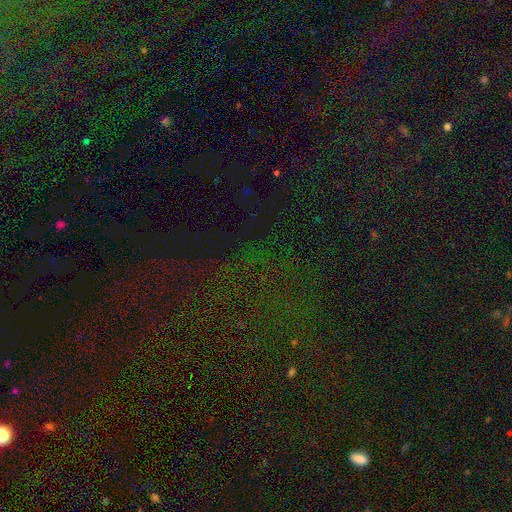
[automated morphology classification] smooth-or-featured: star or artifact: 79% | smooth: 12% | featured or disk: 9%